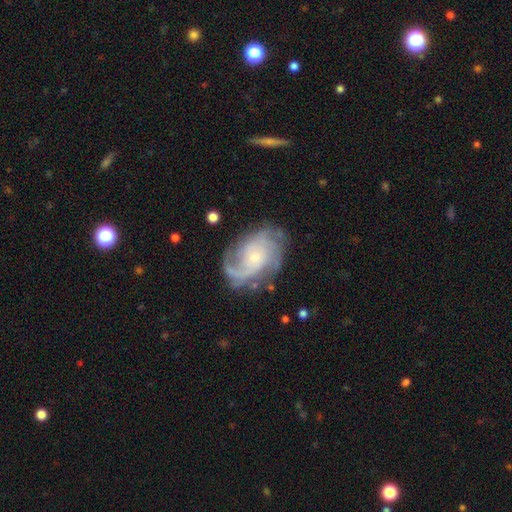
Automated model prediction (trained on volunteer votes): Overall: featured or disk (83%). Edge-on disk: no (97%). Bar: no (70%). Spiral arms: yes (96%). Spiral arm count: 2 (32%; can't tell 24%). Spiral winding: tight (45%; medium 40%). Bulge size: small (66%). Merging: none (71%).